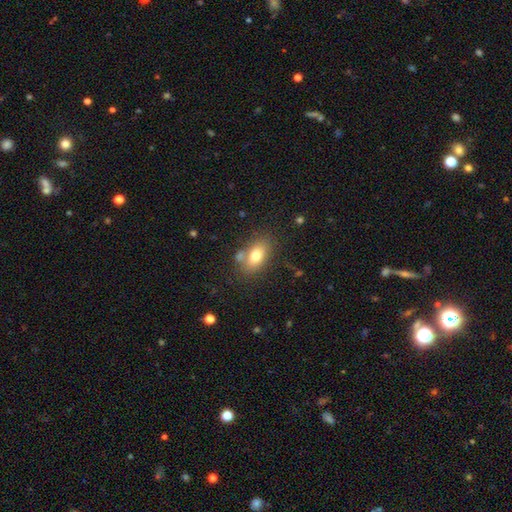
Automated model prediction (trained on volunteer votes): Overall: smooth (75%). How rounded: in between (86%). Merging: none (69%).